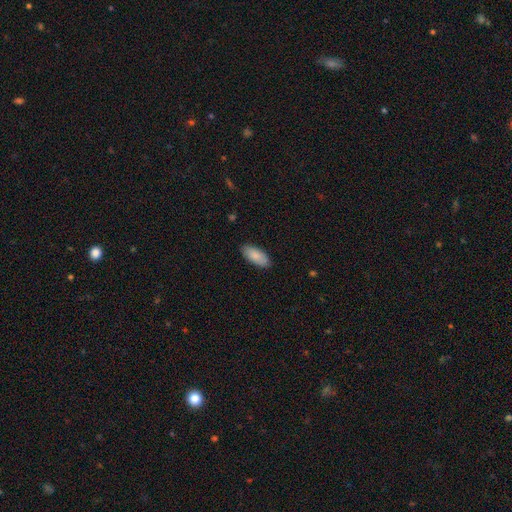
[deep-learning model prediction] A smooth galaxy with no disk features (87%) that is in between round and cigar-shaped (89%). Merging: none (87%).